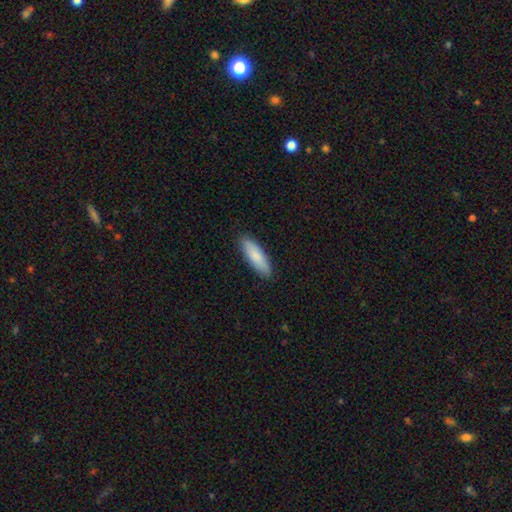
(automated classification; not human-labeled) Smooth or featured?
  - smooth: 83% *
  - featured or disk: 11%
  - star or artifact: 5%
How rounded?
  - cigar-shaped: 56% *
  - in between: 42%
  - round: 2%
Merging?
  - none: 89% *
  - minor disturbance: 8%
  - major disturbance: 2%
  - merger: 1%